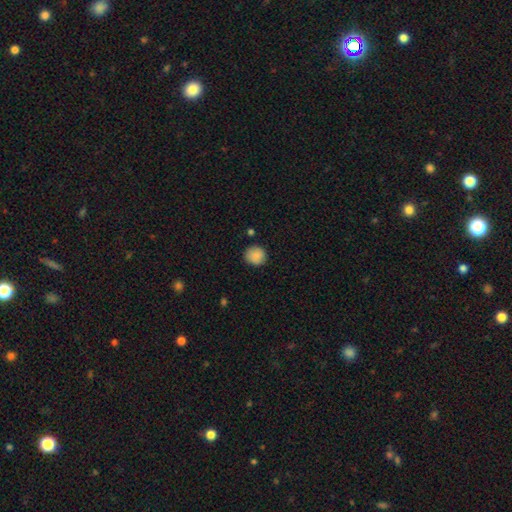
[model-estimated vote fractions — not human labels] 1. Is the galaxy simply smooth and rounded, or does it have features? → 88% smooth, 8% star or artifact, 4% featured or disk.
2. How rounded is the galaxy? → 91% round, 8% in between, 1% cigar-shaped.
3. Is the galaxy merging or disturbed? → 86% none, 9% minor disturbance, 2% major disturbance, 2% merger.